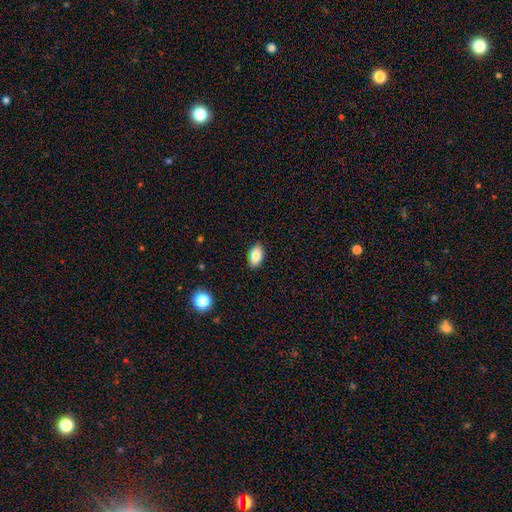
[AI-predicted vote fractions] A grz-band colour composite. It shows a smooth galaxy with no disk features (84%) that is in between round and cigar-shaped (92%). Merging: none (88%).